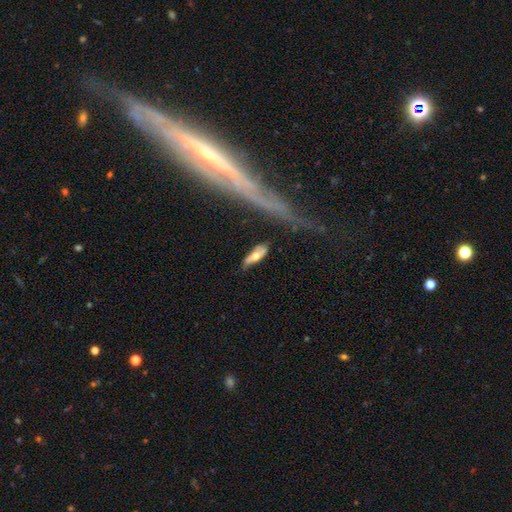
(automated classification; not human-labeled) Smooth or featured? Predicted: smooth (p=0.48). Merging? Predicted: none (p=0.60).